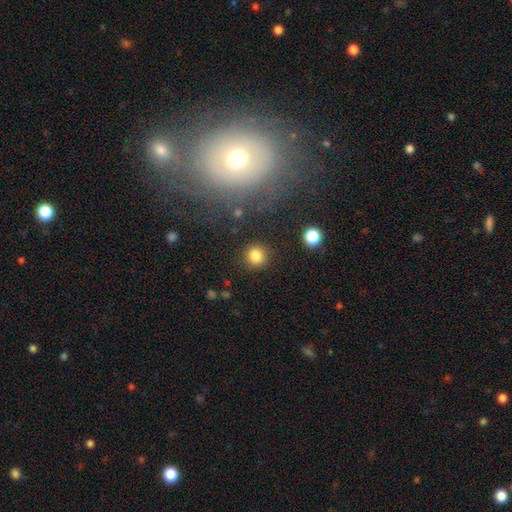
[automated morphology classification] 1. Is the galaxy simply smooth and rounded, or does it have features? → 83% smooth, 11% star or artifact, 5% featured or disk.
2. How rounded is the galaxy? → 92% round, 7% in between, 1% cigar-shaped.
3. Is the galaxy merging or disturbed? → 89% none, 6% minor disturbance, 3% major disturbance, 2% merger.